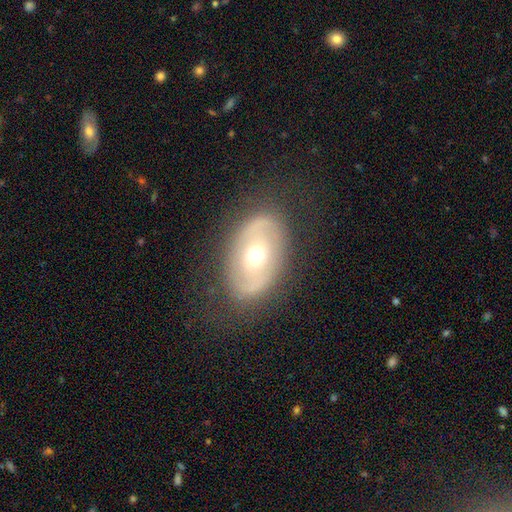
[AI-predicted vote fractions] Smooth or featured? featured or disk (60%)
Edge-on disk? no (92%)
Bar? no (61%)
Spiral arms? no (55%)
Bulge size? moderate (69%)
Merging? none (80%)